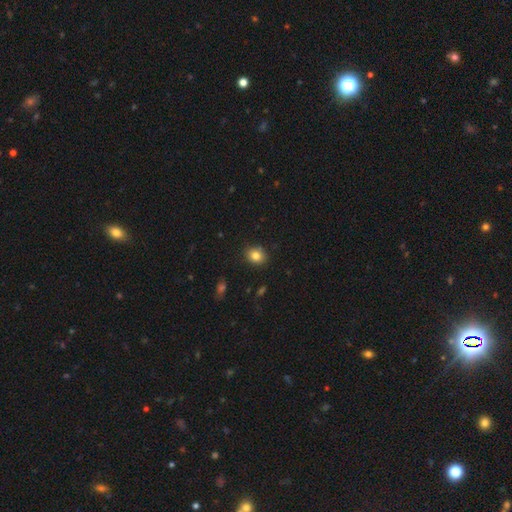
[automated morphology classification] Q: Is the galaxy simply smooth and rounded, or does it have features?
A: smooth — 82%.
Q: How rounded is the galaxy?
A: round — 62%.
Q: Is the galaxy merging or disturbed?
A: none — 87%.